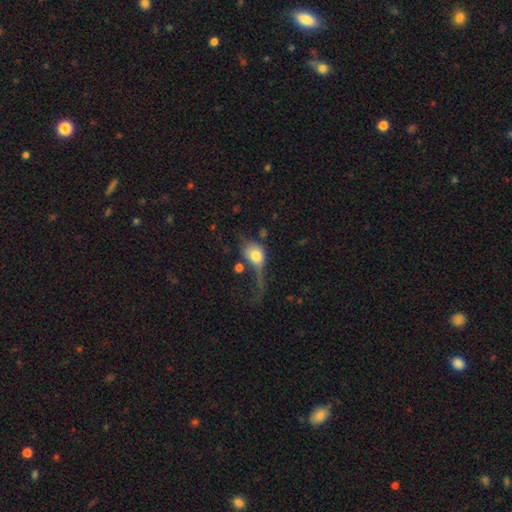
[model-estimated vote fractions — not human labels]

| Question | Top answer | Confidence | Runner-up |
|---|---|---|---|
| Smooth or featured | smooth | 67% | featured or disk (25%) |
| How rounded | in between | 58% | round (38%) |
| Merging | major disturbance | 56% | none (16%) |